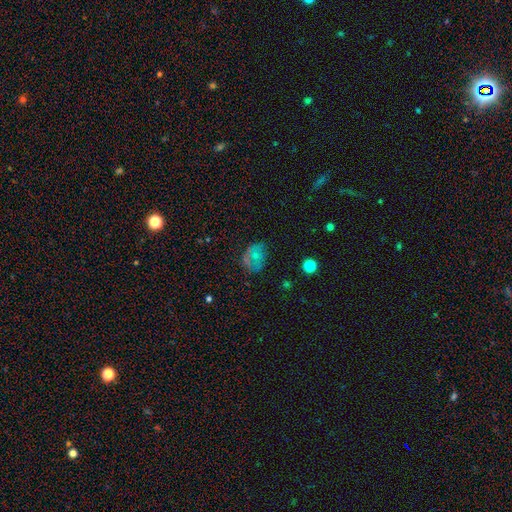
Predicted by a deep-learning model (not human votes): This is possibly a smooth galaxy (57%). How rounded: possibly in between (58%). Merging: possibly none (57%).